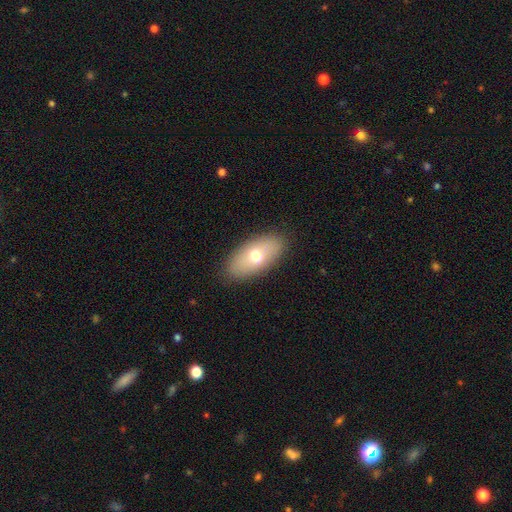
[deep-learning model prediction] Q: Smooth or featured?
A: smooth (68%); runner-up: featured or disk (25%)
Q: How rounded?
A: in between (91%); runner-up: cigar-shaped (4%)
Q: Merging?
A: none (86%); runner-up: minor disturbance (10%)